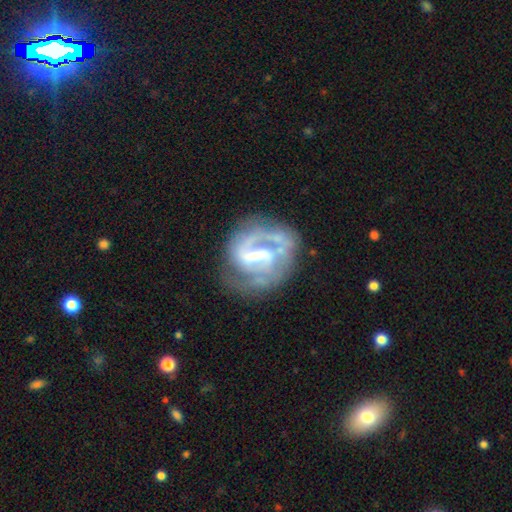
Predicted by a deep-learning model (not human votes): A featured or disk galaxy (86%) with a weak bar (45%), 2 (61%) medium (44%) spiral arms (93%) and a small central bulge (49%).

Vote fractions:
- Smooth or featured? featured or disk: 86% / smooth: 8% / star or artifact: 5%
- Edge-on disk? no: 98% / yes: 2%
- Bar? weak: 45% / strong: 42% / no: 13%
- Spiral arms? yes: 93% / no: 7%
- Spiral winding? medium: 44% / tight: 40% / loose: 16%
- Spiral arm count? 2: 61% / 1: 14% / can't tell: 12% / 3: 9% / 4: 2% / more than 4: 2%
- Bulge size? small: 49% / moderate: 37% / none: 10% / large: 4% / dominant: 1%
- Merging? none: 62% / minor disturbance: 19% / major disturbance: 15% / merger: 4%